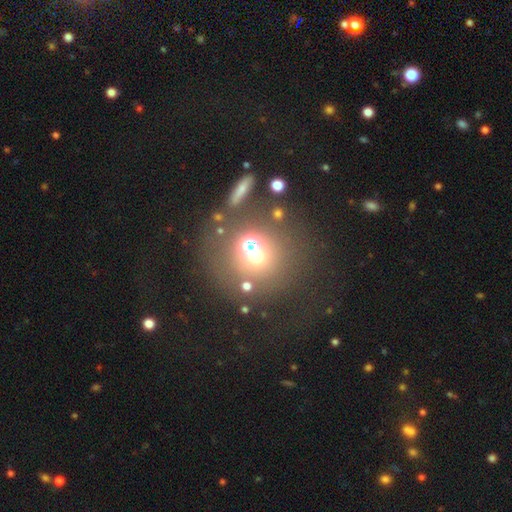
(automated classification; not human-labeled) Smooth or featured: smooth — 45% (star or artifact — 38%)
Merging: none — 55% (merger — 24%)